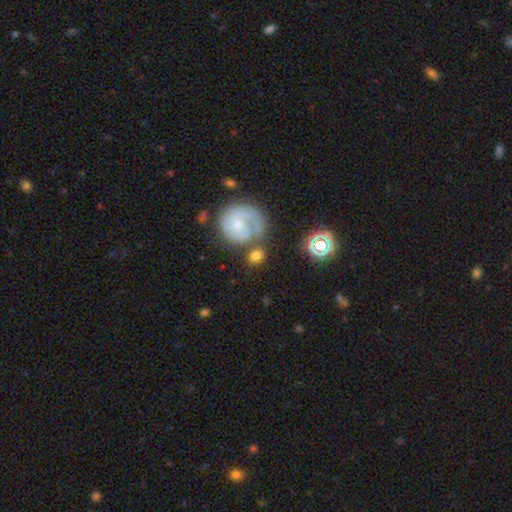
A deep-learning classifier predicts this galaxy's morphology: Smooth or featured: smooth — 50% (featured or disk — 39%)
Merging: none — 60% (merger — 16%)